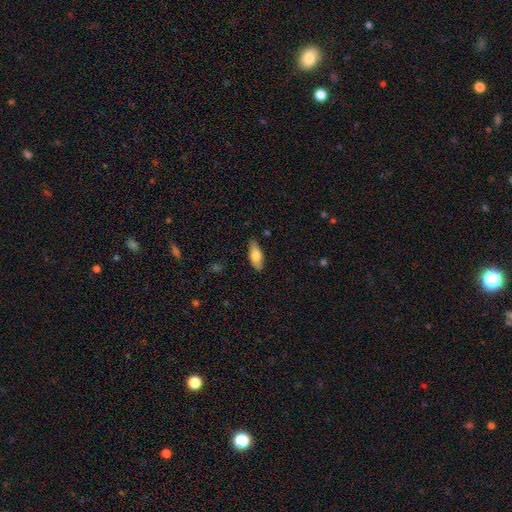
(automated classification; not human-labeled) A smooth galaxy with no disk features (73%) that is in between round and cigar-shaped (75%). Merging: none (86%).